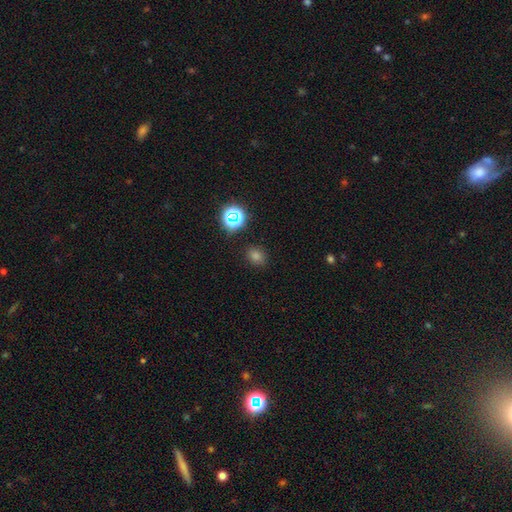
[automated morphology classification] type=smooth (72%); roundness=round (63%); merging=none (87%).